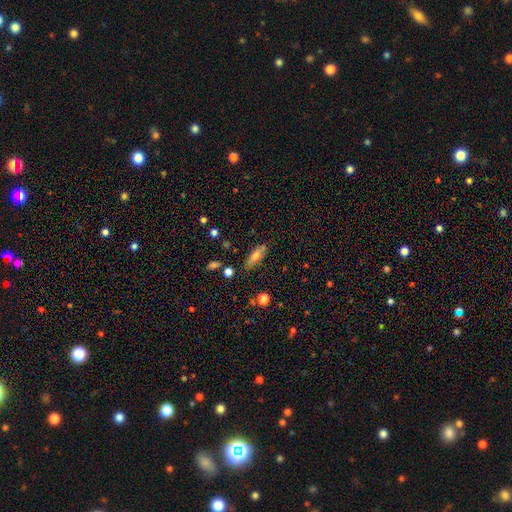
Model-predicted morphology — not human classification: Overall: smooth (61%; featured or disk 28%). How rounded: in between (60%; cigar-shaped 36%). Merging: none (80%).